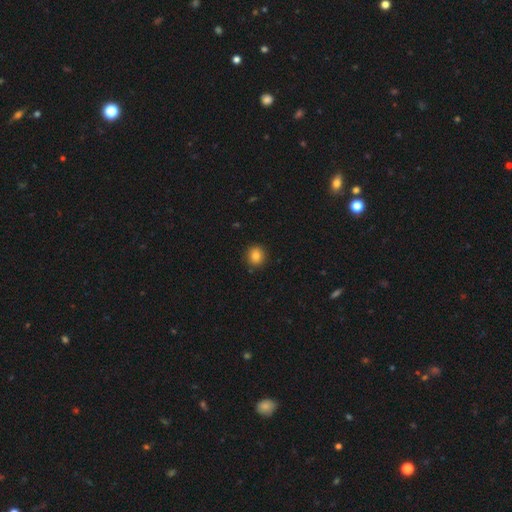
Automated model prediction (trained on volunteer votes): This appears to be a smooth galaxy with no disk features (83%) that is round (92%). Merging: none (92%).